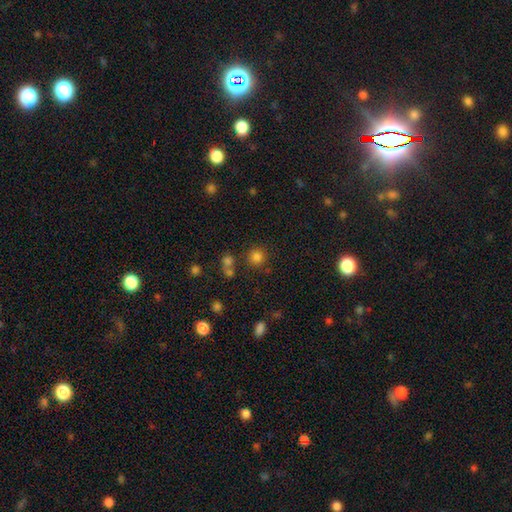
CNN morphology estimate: Q: Smooth or featured?
A: smooth (77%); runner-up: star or artifact (17%)
Q: How rounded?
A: round (93%); runner-up: in between (6%)
Q: Merging?
A: none (78%); runner-up: merger (10%)